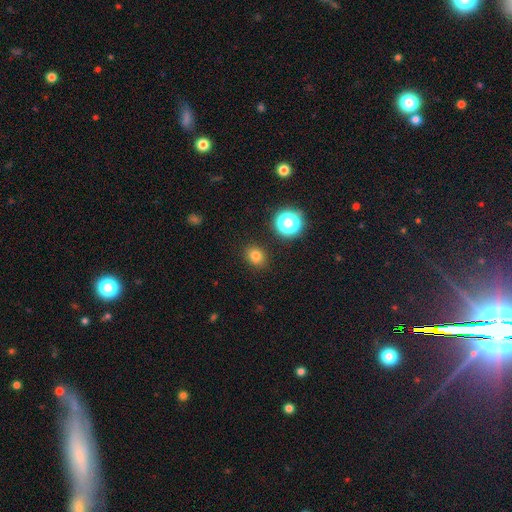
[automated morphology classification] A smooth galaxy with no disk features (77%) that is round (65%).

Vote fractions:
- Smooth or featured? smooth: 77% / star or artifact: 17% / featured or disk: 6%
- How rounded? round: 65% / in between: 34% / cigar-shaped: 1%
- Merging? none: 88% / minor disturbance: 8% / major disturbance: 3% / merger: 2%